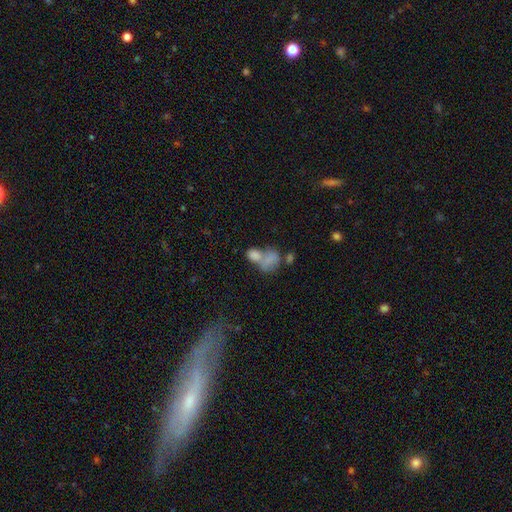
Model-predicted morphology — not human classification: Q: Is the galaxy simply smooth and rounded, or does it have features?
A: smooth — 67%.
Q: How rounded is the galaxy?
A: in between — 64%.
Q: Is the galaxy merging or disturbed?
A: merger — 60%.